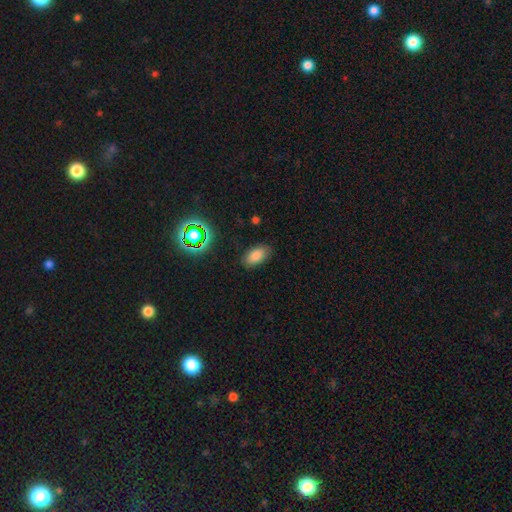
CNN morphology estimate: type=smooth (80%); roundness=in between (92%); merging=none (84%).